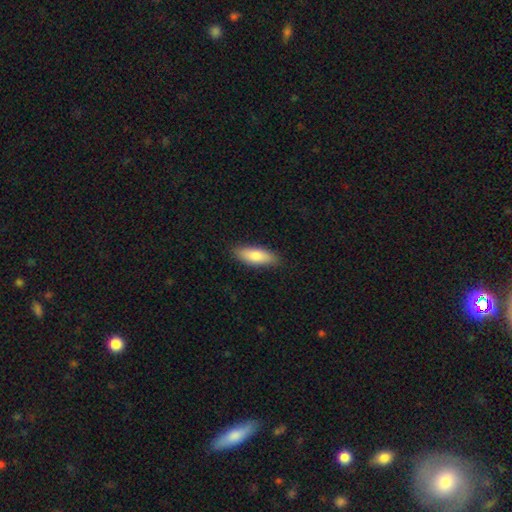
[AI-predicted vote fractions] smooth 81%, featured or disk 13%, star or artifact 6%. Down the decision tree: how rounded — in between (67%); merging — none (87%).